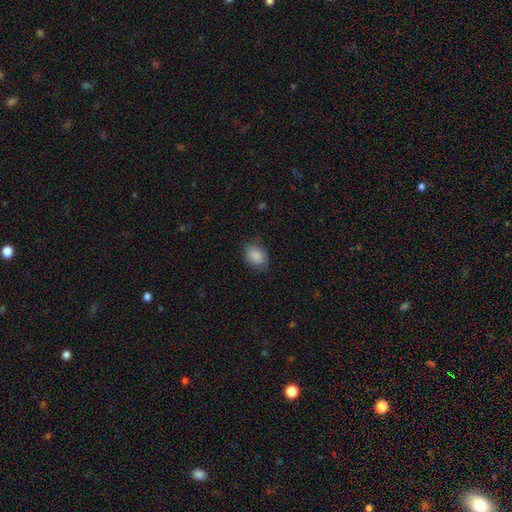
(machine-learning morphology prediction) Smooth or featured?
  - smooth: 87% *
  - star or artifact: 7%
  - featured or disk: 5%
How rounded?
  - in between: 74% *
  - round: 24%
  - cigar-shaped: 1%
Merging?
  - none: 73% *
  - minor disturbance: 21%
  - major disturbance: 5%
  - merger: 1%